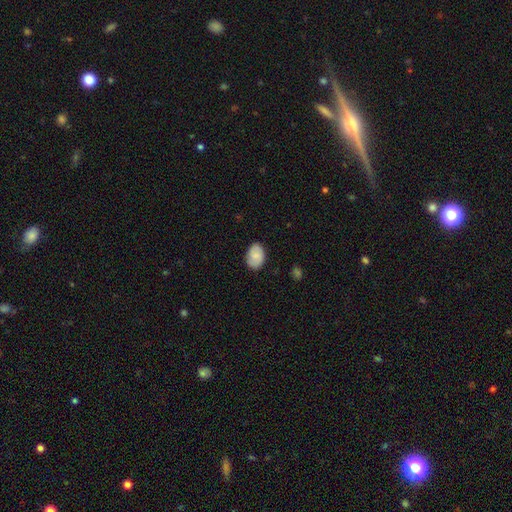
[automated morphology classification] This appears to be a smooth galaxy with no disk features (79%) that is in between round and cigar-shaped (83%). Merging: none (81%).